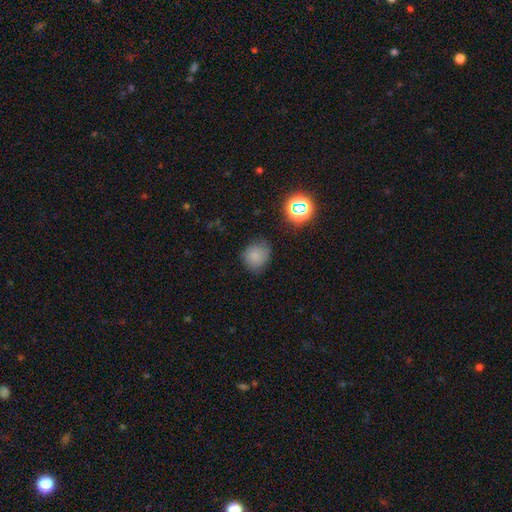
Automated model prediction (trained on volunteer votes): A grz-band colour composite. It shows a smooth galaxy with no disk features (77%) that is round (82%). Merging: none (74%).